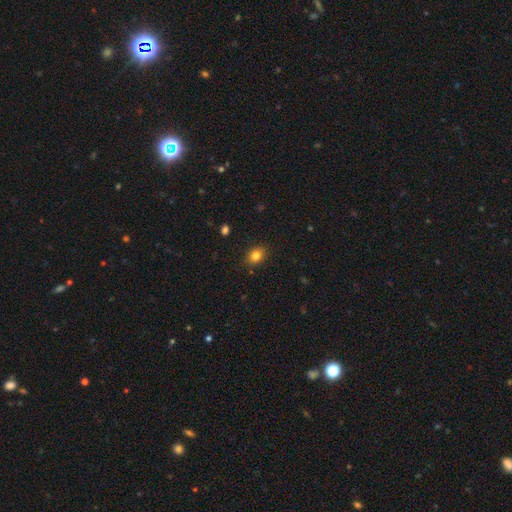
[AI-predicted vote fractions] smooth 82%, star or artifact 11%, featured or disk 7%. Down the decision tree: how rounded — in between (62%); merging — none (87%).